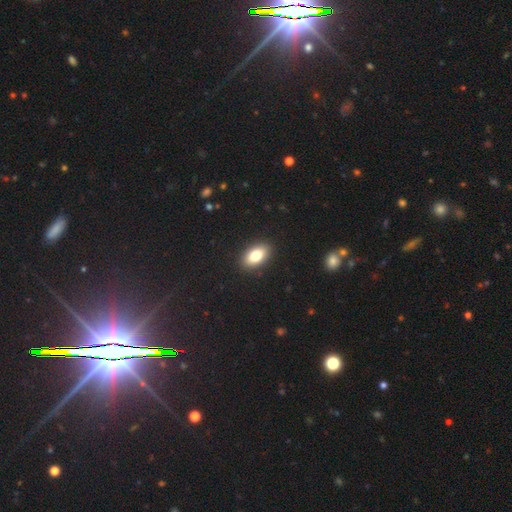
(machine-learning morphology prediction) Smooth or featured?
  - smooth: 81% *
  - featured or disk: 11%
  - star or artifact: 8%
How rounded?
  - in between: 91% *
  - round: 7%
  - cigar-shaped: 2%
Merging?
  - none: 90% *
  - minor disturbance: 7%
  - major disturbance: 2%
  - merger: 1%